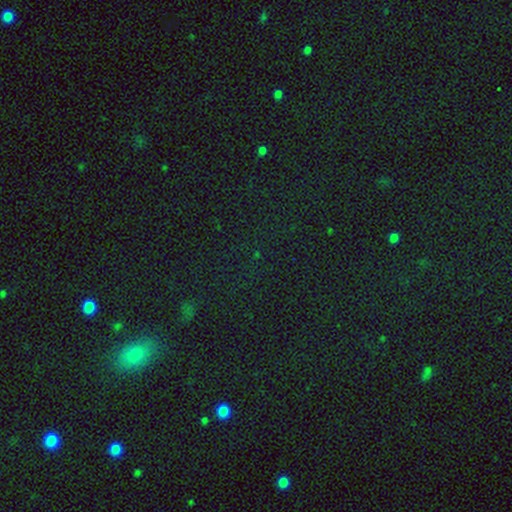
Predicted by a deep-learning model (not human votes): smooth-or-featured: star or artifact: 71% | smooth: 21% | featured or disk: 8%